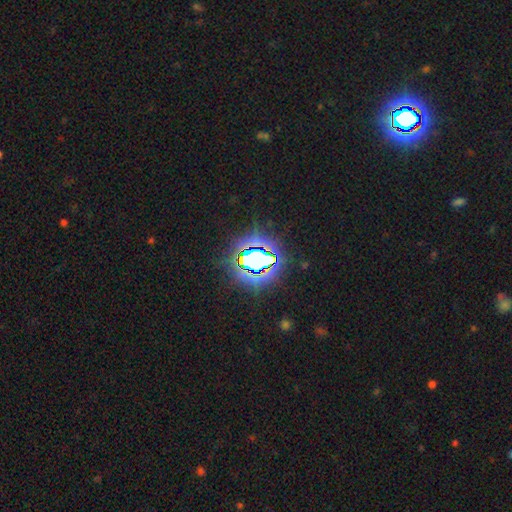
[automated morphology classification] Smooth or featured? star or artifact (80%)